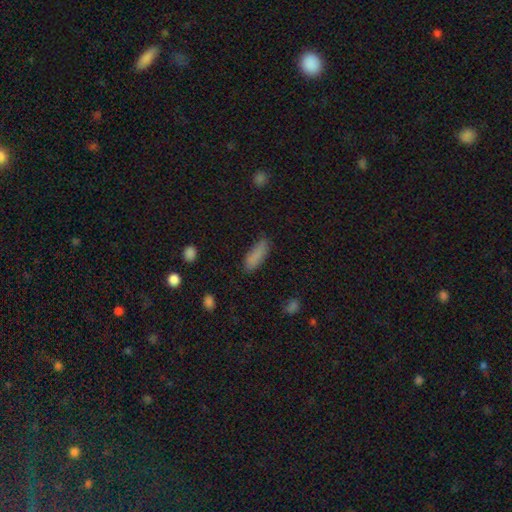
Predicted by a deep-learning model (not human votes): A smooth galaxy with no disk features (85%) that is in between round and cigar-shaped (60%).

Vote fractions:
- Smooth or featured? smooth: 85% / star or artifact: 9% / featured or disk: 6%
- How rounded? in between: 60% / cigar-shaped: 38% / round: 2%
- Merging? none: 76% / minor disturbance: 18% / major disturbance: 5% / merger: 2%